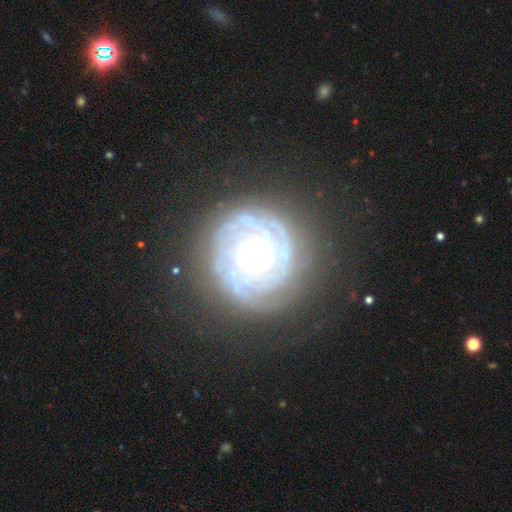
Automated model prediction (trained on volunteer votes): This appears to be a featured or disk galaxy (84%) with no bar (84%), tight (85%) spiral arms (93%) and a moderate central bulge (69%). Merging: none (79%).